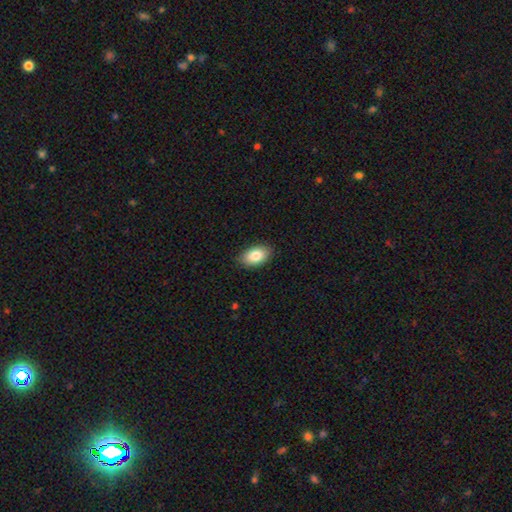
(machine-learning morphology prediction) Smooth or featured?
  - smooth: 84% *
  - featured or disk: 9%
  - star or artifact: 7%
How rounded?
  - in between: 92% *
  - round: 7%
  - cigar-shaped: 1%
Merging?
  - none: 88% *
  - minor disturbance: 9%
  - major disturbance: 2%
  - merger: 1%